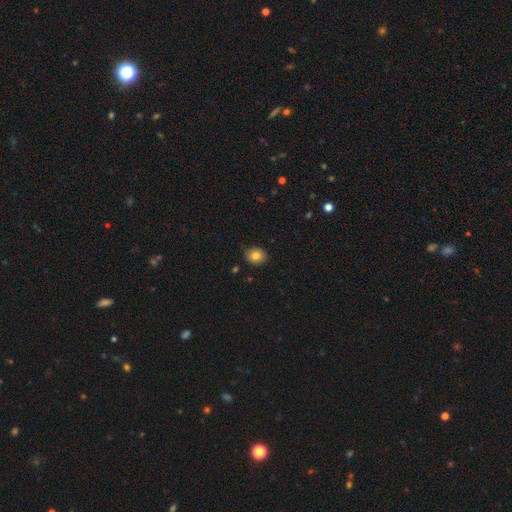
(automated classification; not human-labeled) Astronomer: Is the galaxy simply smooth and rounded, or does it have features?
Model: smooth — 82%.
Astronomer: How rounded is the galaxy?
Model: round — 55% (runner-up: in between, 44%).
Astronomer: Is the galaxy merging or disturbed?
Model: none — 86%.